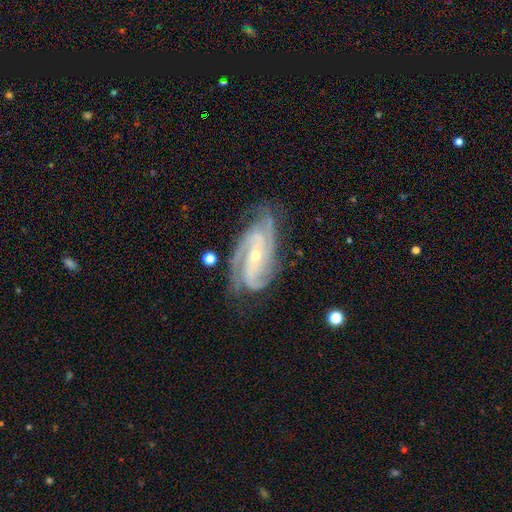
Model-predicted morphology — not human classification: A featured or disk galaxy (91%) with no bar (46%), 3 (45%) tight (54%) spiral arms (98%) and a small central bulge (70%).

Vote fractions:
- Smooth or featured? featured or disk: 91% / star or artifact: 5% / smooth: 4%
- Edge-on disk? no: 96% / yes: 4%
- Bar? no: 46% / weak: 30% / strong: 24%
- Spiral arms? yes: 98% / no: 2%
- Spiral winding? tight: 54% / medium: 39% / loose: 6%
- Spiral arm count? 3: 45% / 2: 21% / 4: 17% / can't tell: 9% / more than 4: 4% / 1: 4%
- Bulge size? small: 70% / moderate: 27% / large: 1% / none: 1% / dominant: 1%
- Merging? none: 73% / minor disturbance: 18% / major disturbance: 7% / merger: 2%